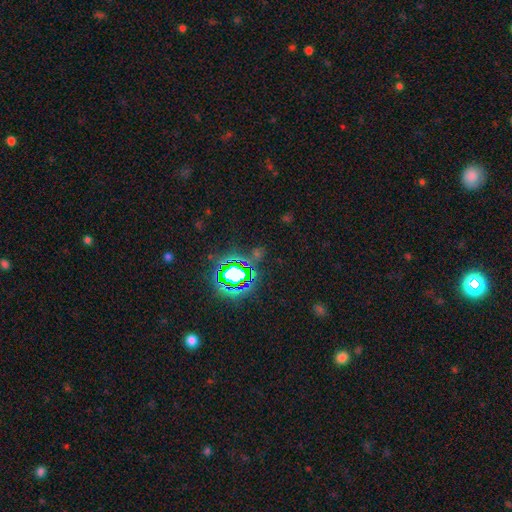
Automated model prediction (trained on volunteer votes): smooth_or_featured: star or artifact (p=0.76) [alt: smooth p=0.15]